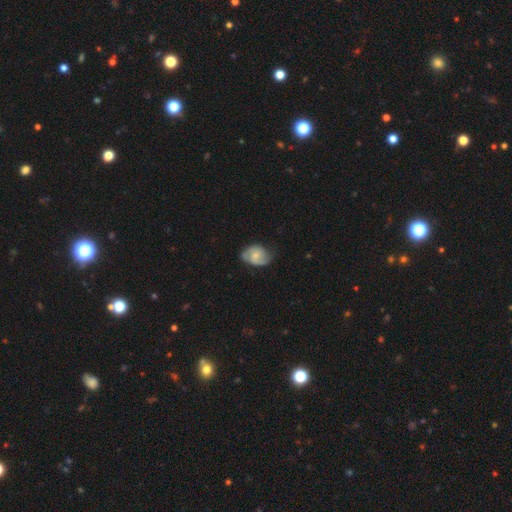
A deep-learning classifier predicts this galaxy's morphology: A featured or disk galaxy (67%) with no bar (56%), 2 (83%) medium (48%) spiral arms (92%) and a small central bulge (48%). Merging: none (66%).